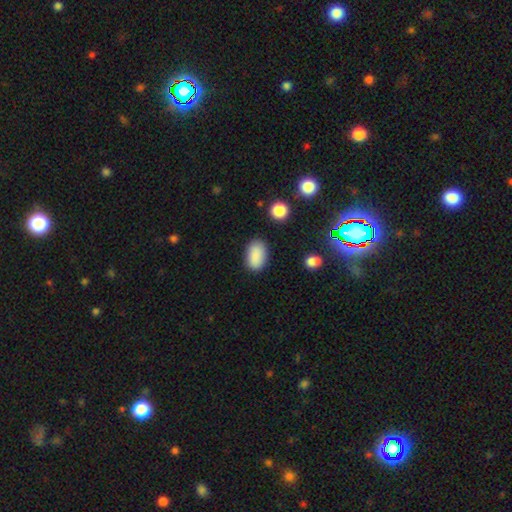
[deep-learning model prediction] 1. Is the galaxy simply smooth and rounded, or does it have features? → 88% smooth, 8% star or artifact, 4% featured or disk.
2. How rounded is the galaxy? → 90% in between, 8% round, 1% cigar-shaped.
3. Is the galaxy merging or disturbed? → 84% none, 11% minor disturbance, 3% major disturbance, 2% merger.